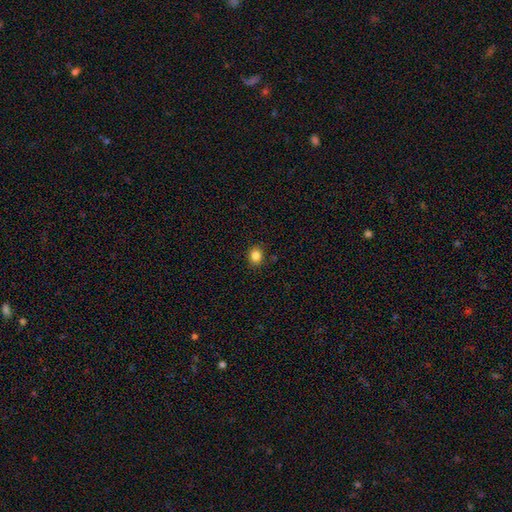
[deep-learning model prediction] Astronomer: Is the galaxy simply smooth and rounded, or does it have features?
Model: smooth — 84%.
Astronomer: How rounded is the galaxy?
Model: round — 70%.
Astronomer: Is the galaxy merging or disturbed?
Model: none — 88%.